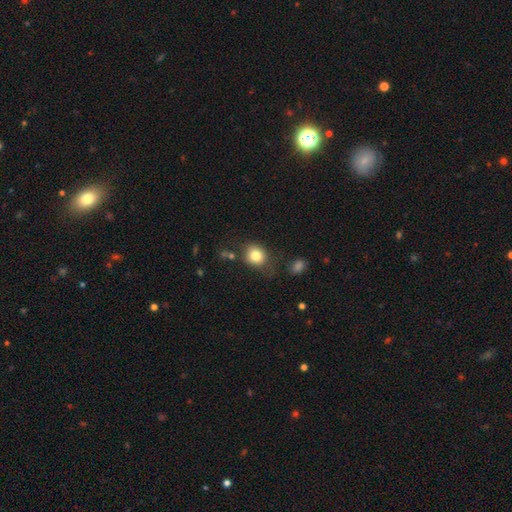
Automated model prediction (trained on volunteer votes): Smooth or featured? Predicted: smooth (p=0.80). How rounded? Predicted: round (p=0.70). Merging? Predicted: none (p=0.66).